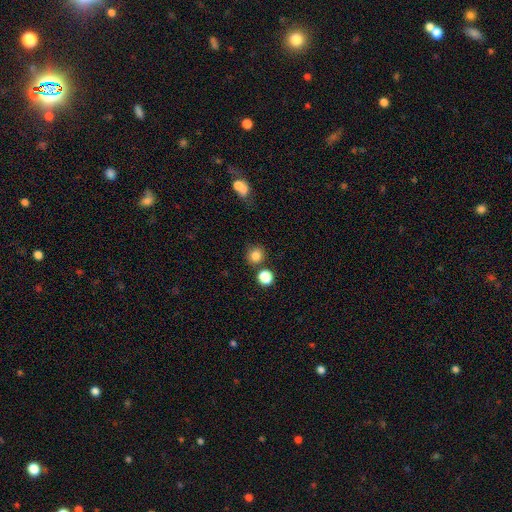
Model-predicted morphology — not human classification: A smooth galaxy with no disk features (83%) that is round (88%). Merging: none (79%).